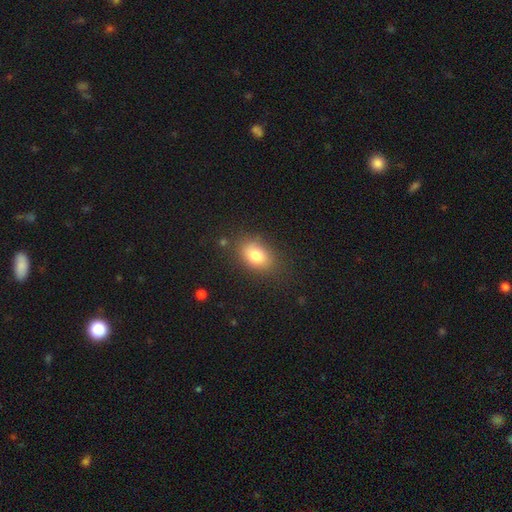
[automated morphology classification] A smooth galaxy with no disk features (81%) that is in between round and cigar-shaped (81%). Merging: none (78%).